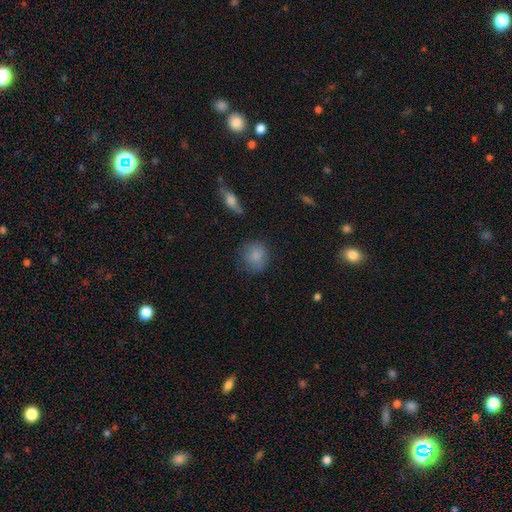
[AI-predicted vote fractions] Smooth or featured? Predicted: smooth (p=0.83). How rounded? Predicted: round (p=0.87). Merging? Predicted: none (p=0.75).